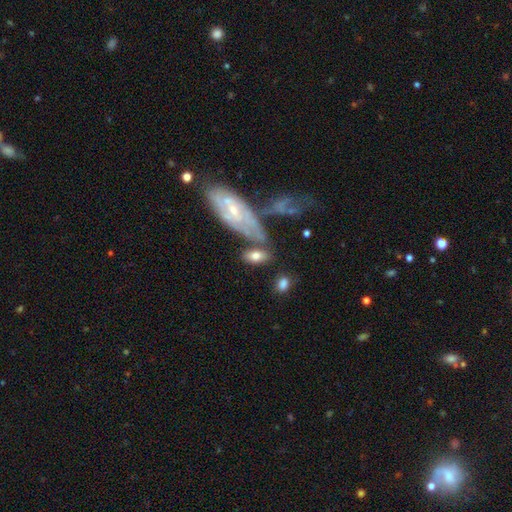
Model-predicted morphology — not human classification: Overall: smooth (69%). How rounded: in between (87%). Merging: none (56%; minor disturbance 19%).